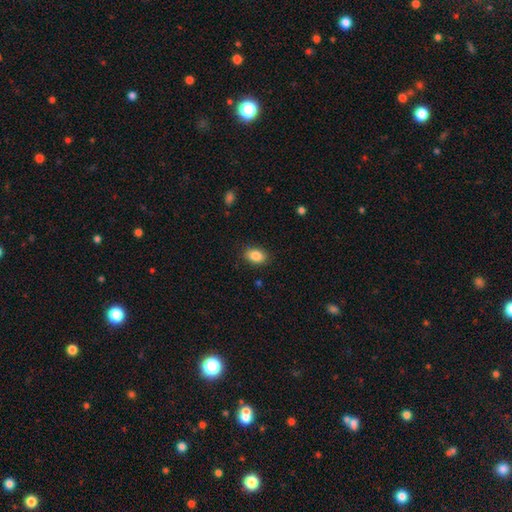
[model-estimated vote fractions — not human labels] This is clearly a smooth galaxy (86%). How rounded: clearly in between (85%). Merging: clearly none (87%).